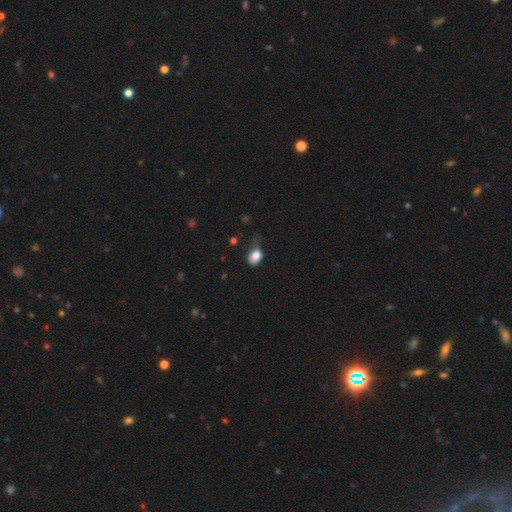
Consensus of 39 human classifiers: Morphology: type=smooth (85%); roundness=in between (52%); merging=none (49%).